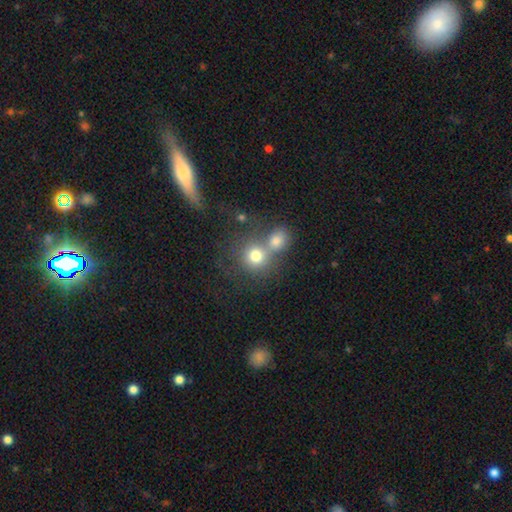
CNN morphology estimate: smooth 75%, star or artifact 13%, featured or disk 13%. Down the decision tree: how rounded — round (86%); merging — merger (50%).